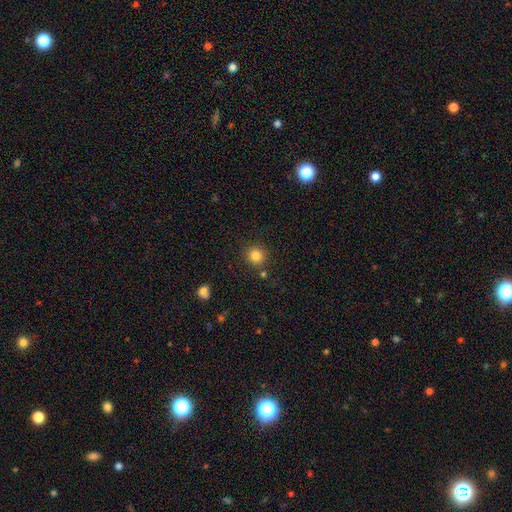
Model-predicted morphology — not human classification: Overall: smooth (83%). How rounded: round (90%). Merging: none (84%).